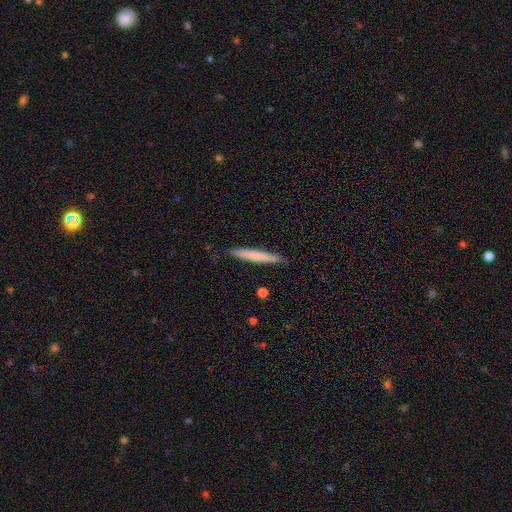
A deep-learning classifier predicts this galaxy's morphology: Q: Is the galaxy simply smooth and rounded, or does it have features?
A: smooth — 68%.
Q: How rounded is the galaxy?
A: cigar-shaped — 96%.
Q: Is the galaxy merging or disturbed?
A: none — 89%.